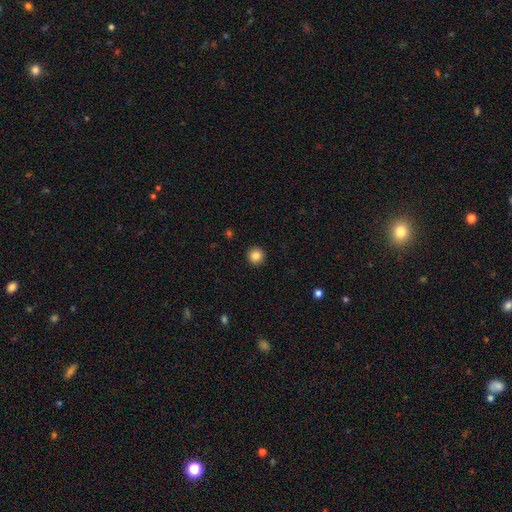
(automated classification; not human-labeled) Smooth or featured? smooth (85%)
How rounded? round (96%)
Merging? none (93%)